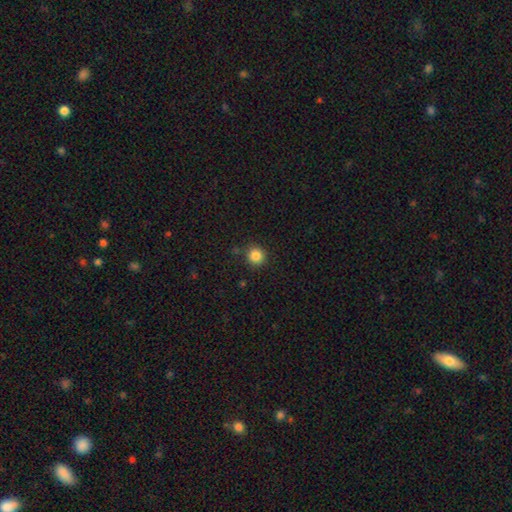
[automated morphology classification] Smooth or featured?
  - smooth: 85% *
  - star or artifact: 11%
  - featured or disk: 4%
How rounded?
  - round: 93% *
  - in between: 6%
  - cigar-shaped: 1%
Merging?
  - none: 88% *
  - minor disturbance: 7%
  - merger: 2%
  - major disturbance: 2%